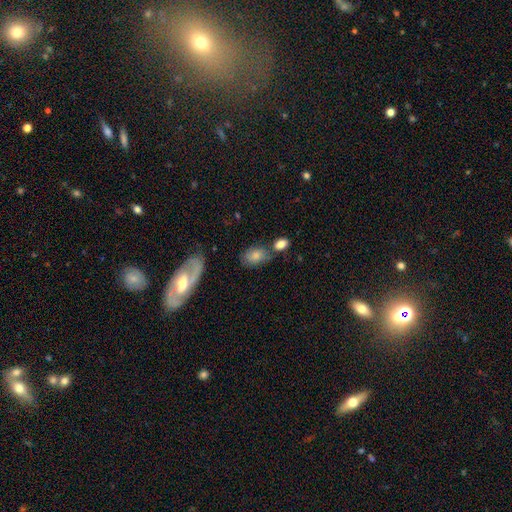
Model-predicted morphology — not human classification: A smooth galaxy with no disk features (76%) that is in between round and cigar-shaped (85%). Merging: none (53%).